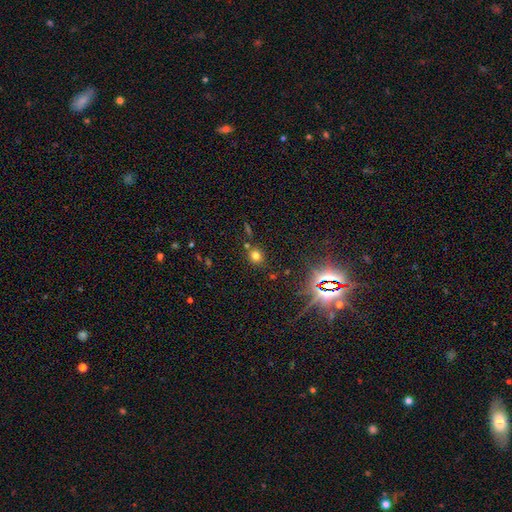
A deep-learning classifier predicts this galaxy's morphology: This appears to be a smooth galaxy with no disk features (71%) that is round (78%). Merging: none (79%).